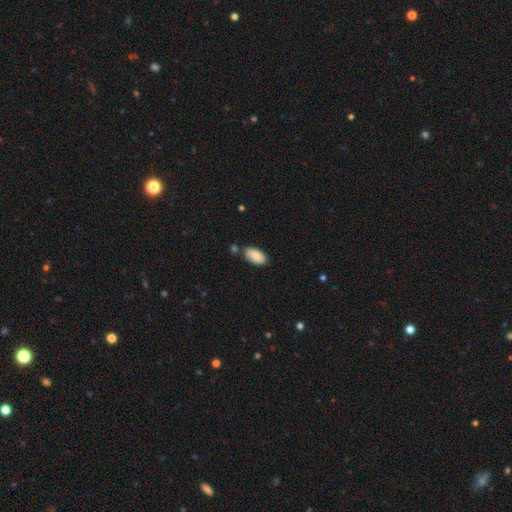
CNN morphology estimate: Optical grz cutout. It shows a smooth galaxy with no disk features (80%) that is in between round and cigar-shaped (94%). Merging: none (72%).